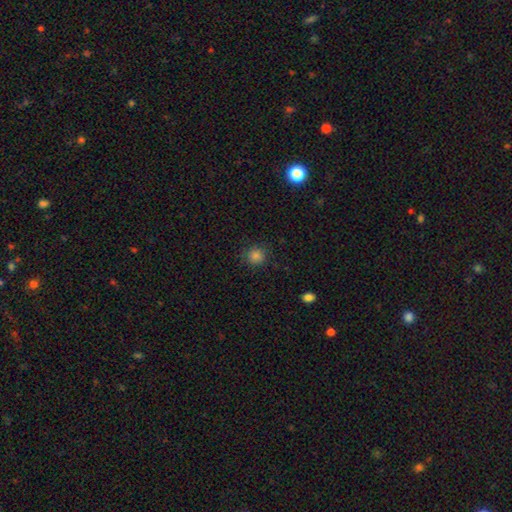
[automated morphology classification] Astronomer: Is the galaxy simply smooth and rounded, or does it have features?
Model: smooth — 82%.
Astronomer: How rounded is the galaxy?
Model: round — 93%.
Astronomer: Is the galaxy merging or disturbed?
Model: none — 87%.